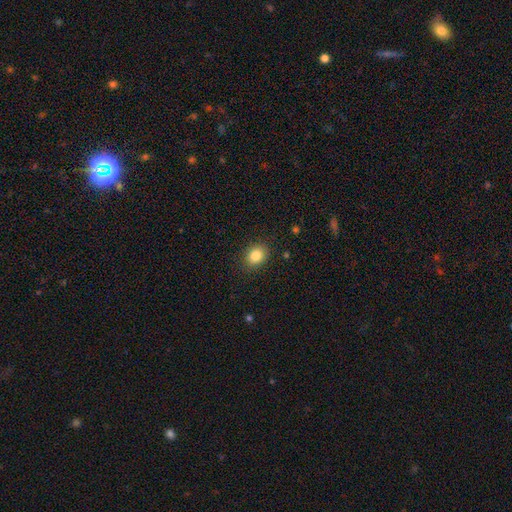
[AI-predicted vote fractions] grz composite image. It shows a smooth galaxy with no disk features (85%) that is in between round and cigar-shaped (58%). Merging: none (87%).